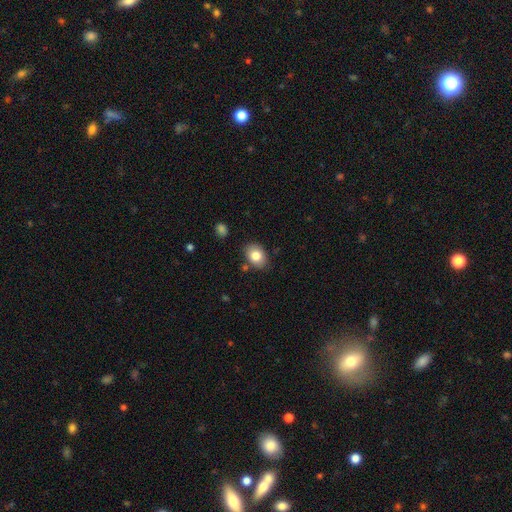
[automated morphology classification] Smooth or featured? smooth (82%)
How rounded? in between (71%)
Merging? none (81%)